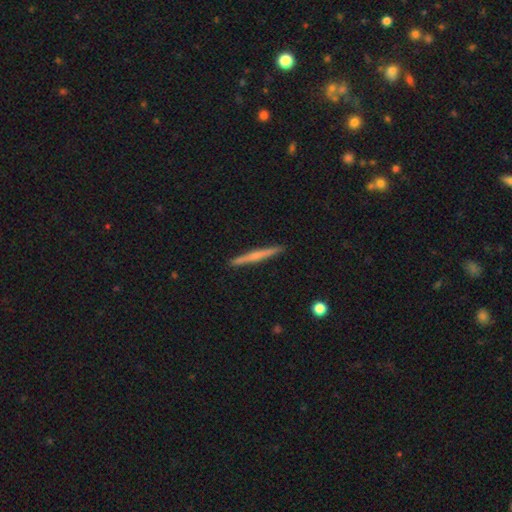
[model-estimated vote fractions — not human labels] Smooth or featured?
  - featured or disk: 53% *
  - smooth: 41%
  - star or artifact: 6%
Edge-on disk?
  - yes: 98% *
  - no: 2%
Edge-on bulge?
  - none: 47% *
  - rounded: 44%
  - boxy: 9%
Merging?
  - none: 92% *
  - minor disturbance: 6%
  - major disturbance: 1%
  - merger: 1%